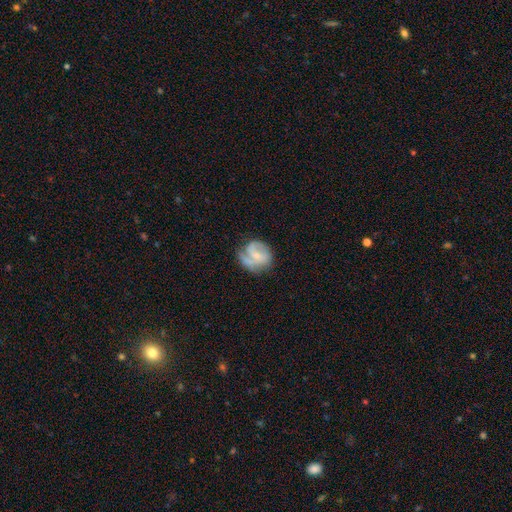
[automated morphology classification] Smooth or featured: featured or disk — 66% (smooth — 27%)
Edge-on disk: no — 98% (yes — 2%)
Bar: no — 52% (weak — 37%)
Spiral arms: yes — 85% (no — 15%)
Spiral winding: medium — 43% (tight — 32%)
Spiral arm count: 2 — 40% (1 — 31%)
Bulge size: small — 67% (moderate — 25%)
Merging: none — 54% (minor disturbance — 25%)